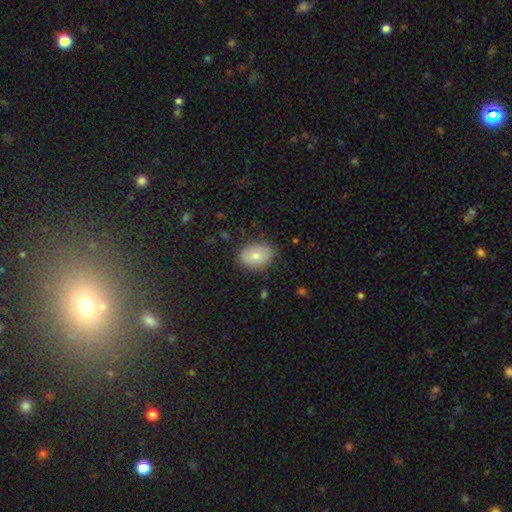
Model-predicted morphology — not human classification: The model was most divided on "how rounded": in between: 69%, round: 30%, cigar-shaped: 1%. More confident: merging — none (83%); smooth or featured — smooth (74%).